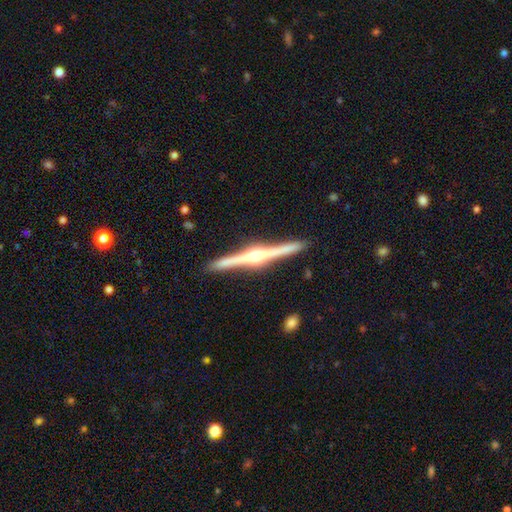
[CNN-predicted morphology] Smooth or featured? Predicted: featured or disk (p=0.89). Edge-on disk? Predicted: yes (p=0.99). Edge-on bulge? Predicted: rounded (p=0.87). Merging? Predicted: none (p=0.92).